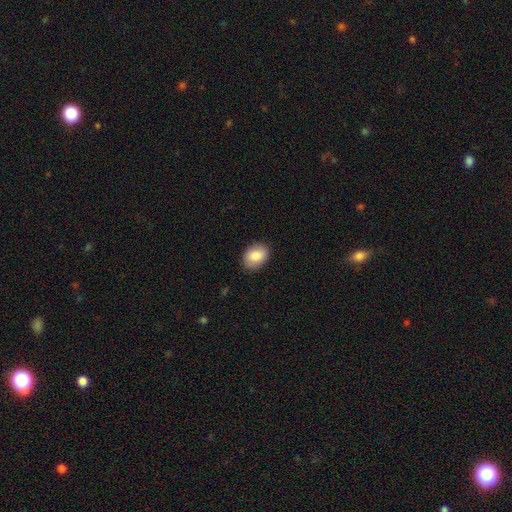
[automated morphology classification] smooth-or-featured: smooth: 86% | star or artifact: 7% | featured or disk: 7%
  how-rounded: in between: 73% | round: 26% | cigar-shaped: 1%
  merging: none: 87% | minor disturbance: 10% | major disturbance: 2% | merger: 1%